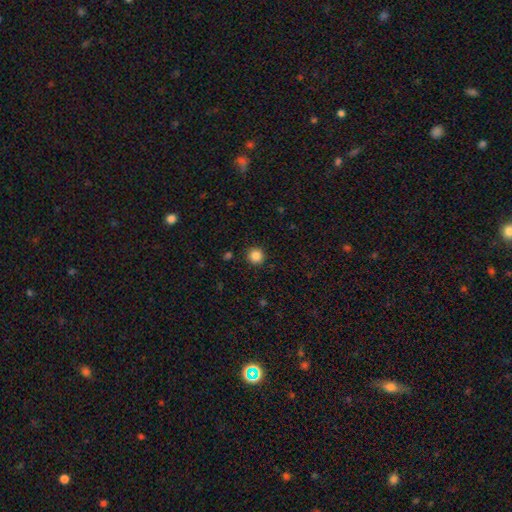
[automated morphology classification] Overall: smooth (86%). How rounded: round (94%). Merging: none (91%).